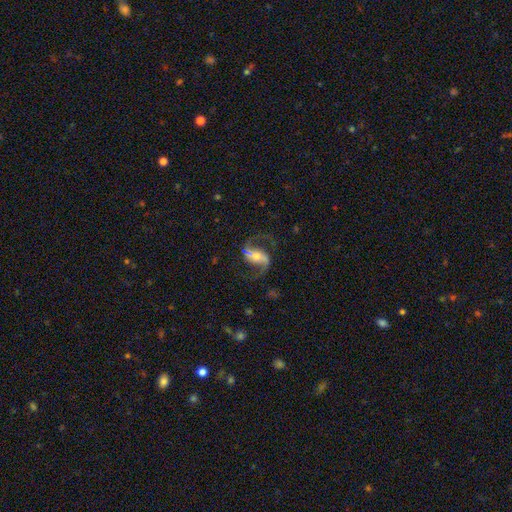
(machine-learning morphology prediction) featured or disk 87%, smooth 6%, star or artifact 6%. Down the decision tree: edge-on disk — no (96%); bar — strong (46%); spiral arms — yes (96%); spiral arm count — 2 (93%); spiral winding — loose (47%); bulge size — moderate (54%); merging — none (76%).